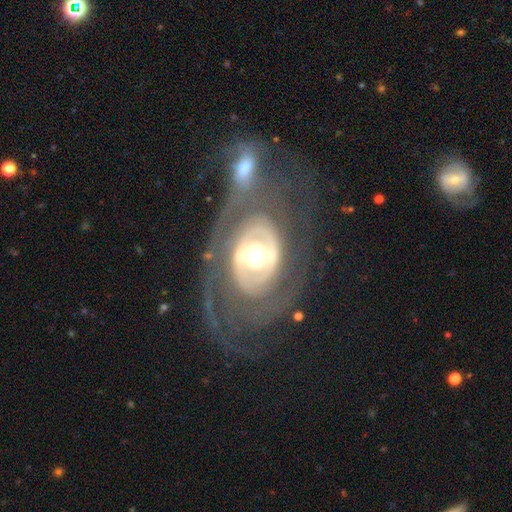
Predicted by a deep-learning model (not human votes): This appears to be a featured or disk galaxy (84%) with no bar (61%), 2 (39%) tight (60%) spiral arms (70%) and a moderate central bulge (65%). Merging: none (42%).